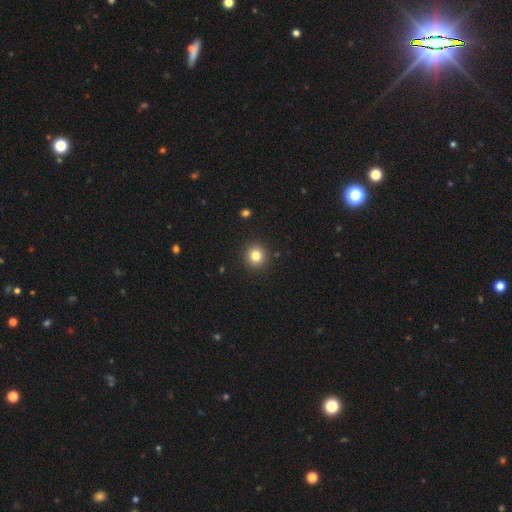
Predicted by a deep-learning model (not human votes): smooth_or_featured: smooth (p=0.81) [alt: star or artifact p=0.12]
how_rounded: round (p=0.93) [alt: in between p=0.06]
merging: none (p=0.92) [alt: minor disturbance p=0.05]